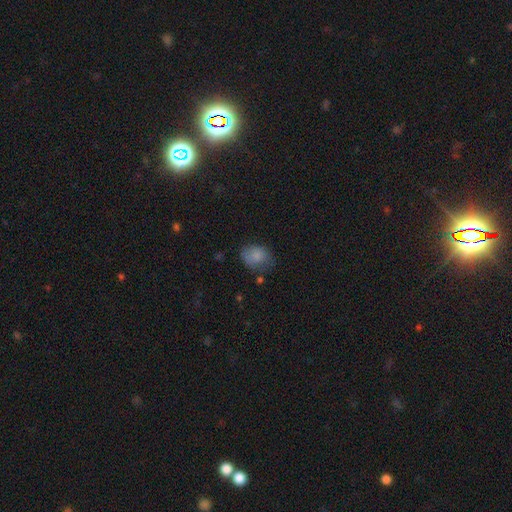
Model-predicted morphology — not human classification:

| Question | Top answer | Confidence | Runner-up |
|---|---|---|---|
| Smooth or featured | smooth | 82% | star or artifact (9%) |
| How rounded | in between | 59% | round (40%) |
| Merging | none | 58% | minor disturbance (29%) |